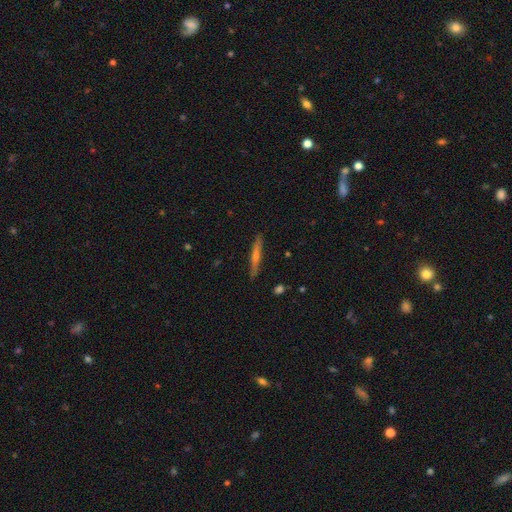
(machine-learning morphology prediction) This is likely a featured or disk galaxy (62%). It is clearly viewed edge-on (96%). Edge-on bulge: likely rounded (77%). Merging: clearly none (90%).